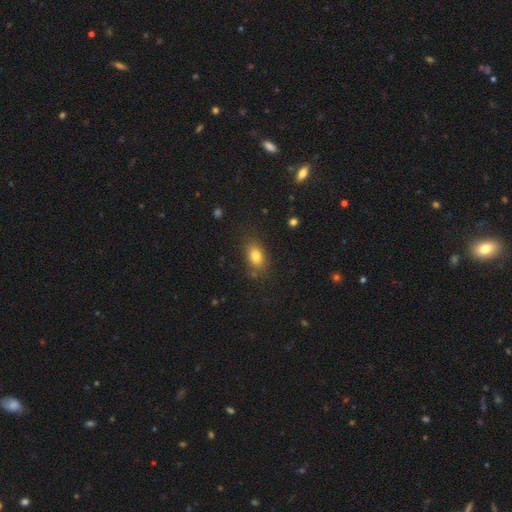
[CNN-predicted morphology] smooth 80%, star or artifact 10%, featured or disk 10%. Down the decision tree: how rounded — in between (83%); merging — none (79%).